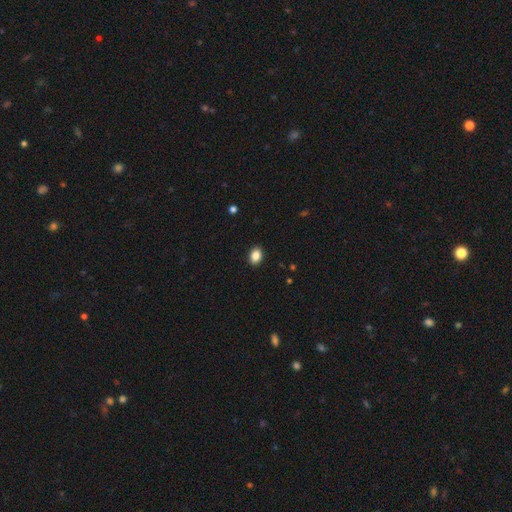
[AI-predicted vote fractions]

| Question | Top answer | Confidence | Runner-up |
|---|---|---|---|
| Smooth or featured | smooth | 87% | star or artifact (9%) |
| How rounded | in between | 73% | round (26%) |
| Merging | none | 91% | minor disturbance (7%) |